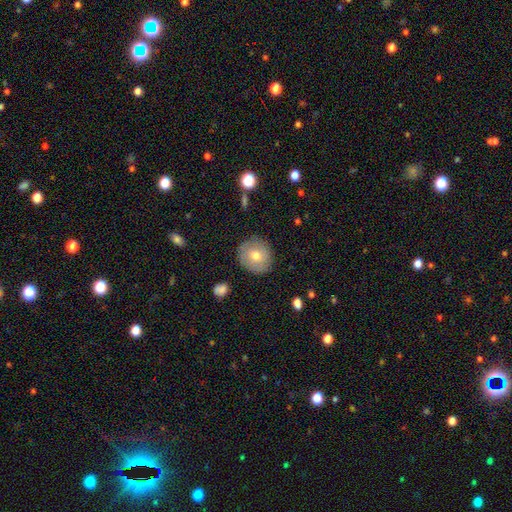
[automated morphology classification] Smooth or featured? smooth (66%)
How rounded? round (87%)
Merging? none (84%)